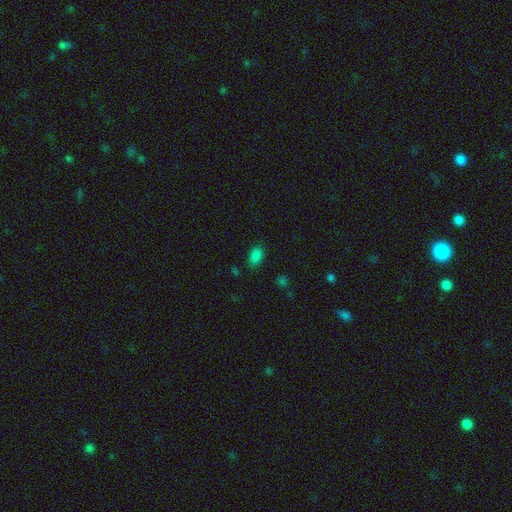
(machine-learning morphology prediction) Q: Smooth or featured?
A: smooth (82%); runner-up: star or artifact (14%)
Q: How rounded?
A: in between (89%); runner-up: round (9%)
Q: Merging?
A: none (80%); runner-up: minor disturbance (15%)